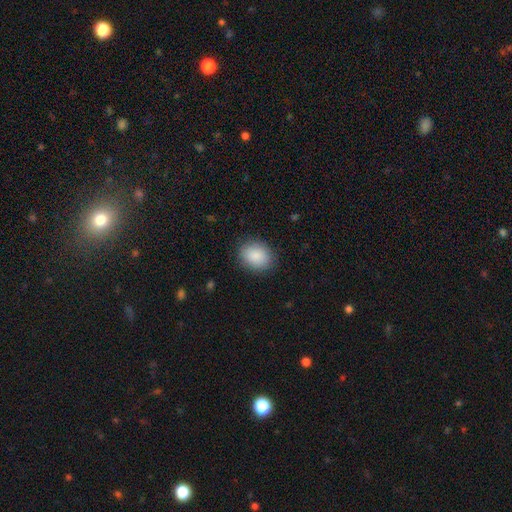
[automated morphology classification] smooth 89%, star or artifact 7%, featured or disk 4%. Down the decision tree: how rounded — in between (56%); merging — none (87%).